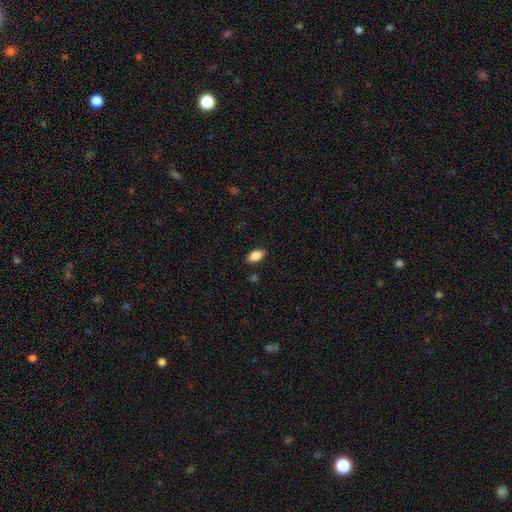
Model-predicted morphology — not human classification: Smooth or featured: smooth — 86% (star or artifact — 8%)
How rounded: in between — 92% (round — 5%)
Merging: none — 88% (minor disturbance — 9%)